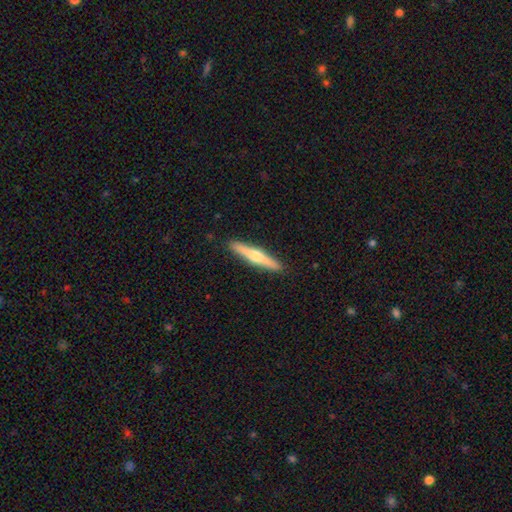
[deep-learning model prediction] featured or disk 60%, smooth 35%, star or artifact 5%. Down the decision tree: edge-on disk — yes (97%); edge-on bulge — rounded (89%); merging — none (92%).